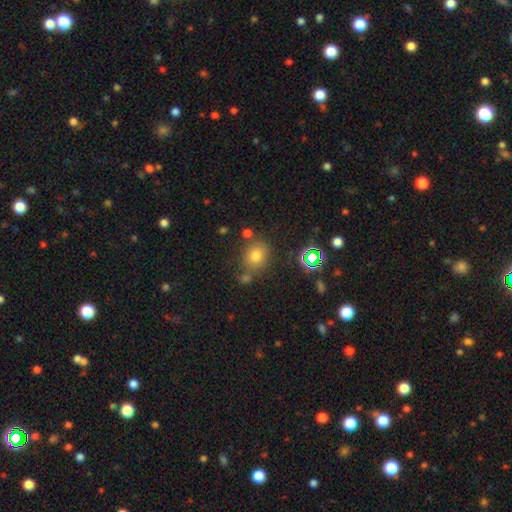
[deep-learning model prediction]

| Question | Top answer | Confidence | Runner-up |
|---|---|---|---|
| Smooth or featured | smooth | 70% | star or artifact (21%) |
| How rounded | round | 73% | in between (26%) |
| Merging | none | 70% | merger (13%) |